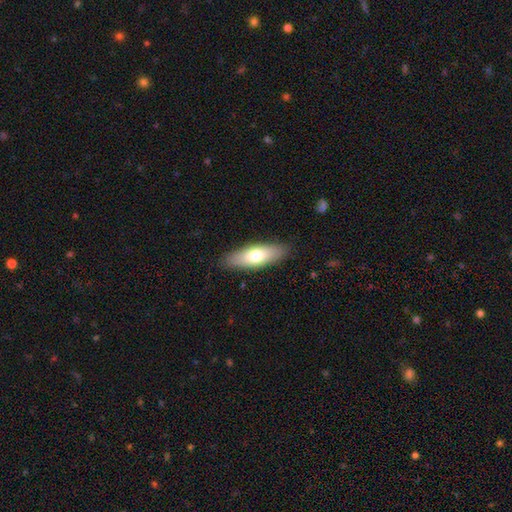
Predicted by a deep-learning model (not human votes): smooth 69%, featured or disk 25%, star or artifact 6%. Down the decision tree: how rounded — in between (59%); merging — none (88%).